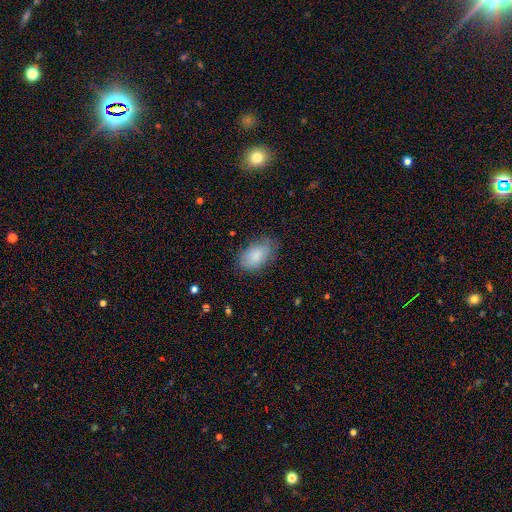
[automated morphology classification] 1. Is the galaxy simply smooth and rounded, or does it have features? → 85% smooth, 9% featured or disk, 6% star or artifact.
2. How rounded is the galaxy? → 92% in between, 6% round, 2% cigar-shaped.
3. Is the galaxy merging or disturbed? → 73% none, 20% minor disturbance, 5% major disturbance, 1% merger.